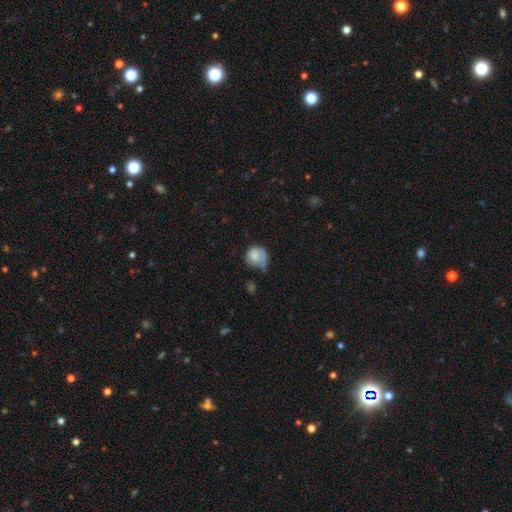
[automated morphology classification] The model was most divided on "merging": none: 38%, minor disturbance: 34%, major disturbance: 21%, merger: 7%. More confident: how rounded — round (79%); smooth or featured — smooth (67%).